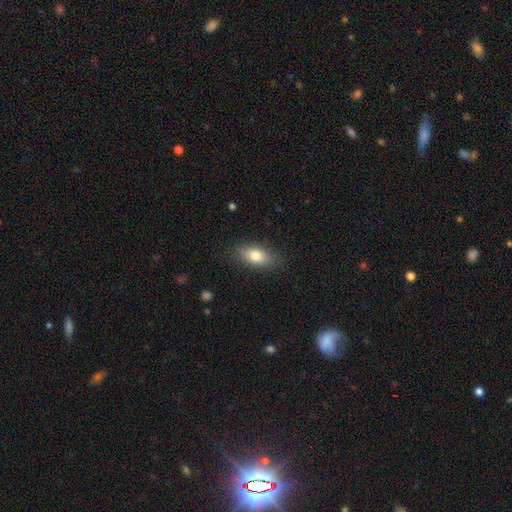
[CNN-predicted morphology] This appears to be a smooth galaxy with no disk features (80%) that is in between round and cigar-shaped (84%). Merging: none (83%).